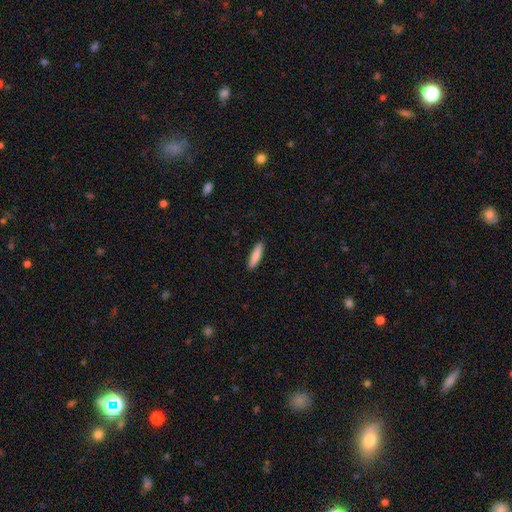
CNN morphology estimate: Q: Smooth or featured?
A: smooth (85%); runner-up: featured or disk (9%)
Q: How rounded?
A: cigar-shaped (75%); runner-up: in between (23%)
Q: Merging?
A: none (91%); runner-up: minor disturbance (7%)